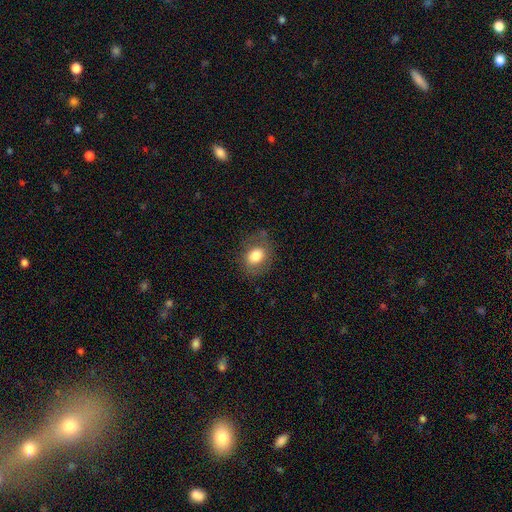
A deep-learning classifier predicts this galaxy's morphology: The model was most divided on "how rounded": in between: 58%, round: 41%, cigar-shaped: 1%. More confident: smooth or featured — smooth (77%); merging — none (71%).